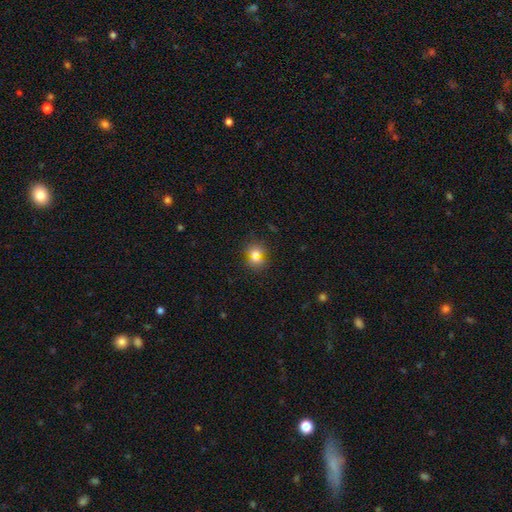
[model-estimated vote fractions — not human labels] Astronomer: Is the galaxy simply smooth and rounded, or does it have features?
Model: smooth — 69%.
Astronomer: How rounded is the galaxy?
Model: round — 73%.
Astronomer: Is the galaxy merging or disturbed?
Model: none — 73%.